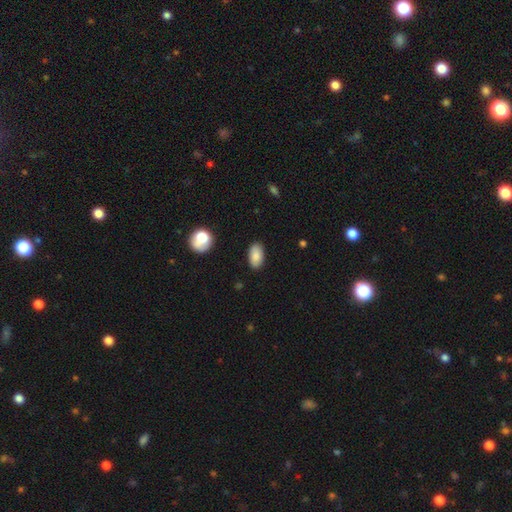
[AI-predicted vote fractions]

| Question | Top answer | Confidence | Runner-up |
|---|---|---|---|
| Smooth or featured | smooth | 87% | star or artifact (8%) |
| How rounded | in between | 94% | round (4%) |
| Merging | none | 88% | minor disturbance (9%) |